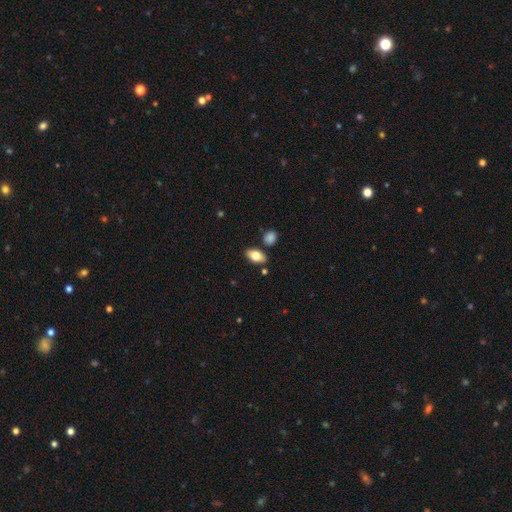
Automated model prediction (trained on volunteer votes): A smooth galaxy with no disk features (78%) that is in between round and cigar-shaped (91%).

Vote fractions:
- Smooth or featured? smooth: 78% / featured or disk: 15% / star or artifact: 7%
- How rounded? in between: 91% / round: 6% / cigar-shaped: 3%
- Merging? none: 82% / minor disturbance: 11% / merger: 5% / major disturbance: 2%